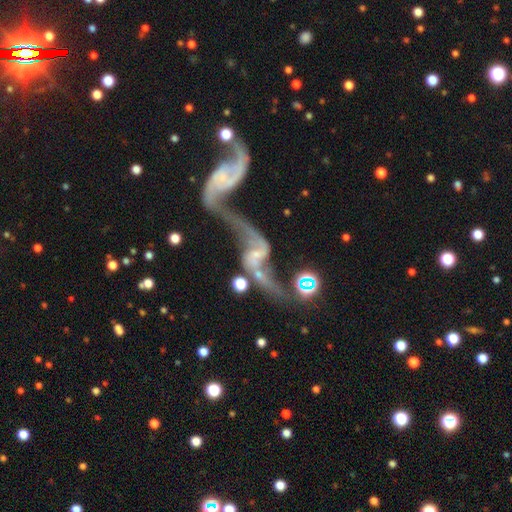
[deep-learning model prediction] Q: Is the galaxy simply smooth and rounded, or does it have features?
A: featured or disk — 81%.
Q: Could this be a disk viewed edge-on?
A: no — 94%.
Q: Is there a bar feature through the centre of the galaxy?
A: no — 46%.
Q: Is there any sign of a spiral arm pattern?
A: yes — 89%.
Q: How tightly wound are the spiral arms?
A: loose — 91%.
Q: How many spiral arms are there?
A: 2 — 90%.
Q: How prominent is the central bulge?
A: small — 52%.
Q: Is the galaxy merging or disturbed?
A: merger — 59%.